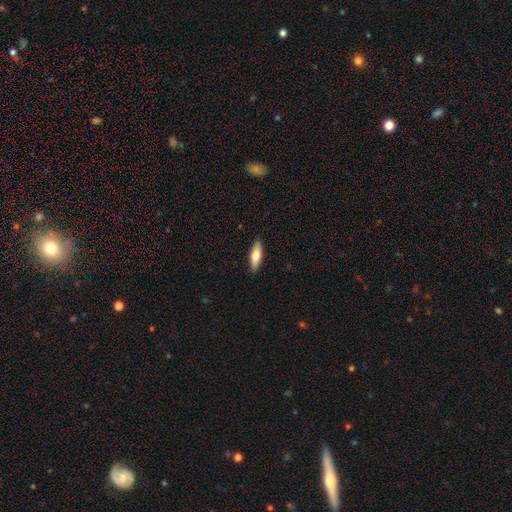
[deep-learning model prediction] The model was most divided on "how rounded": in between: 52%, cigar-shaped: 46%, round: 2%. More confident: merging — none (89%); smooth or featured — smooth (73%).